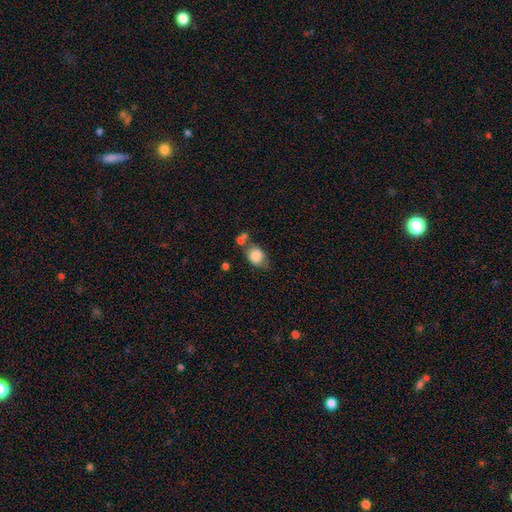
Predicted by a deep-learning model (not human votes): This appears to be a smooth galaxy with no disk features (81%) that is in between round and cigar-shaped (56%). Merging: none (46%).